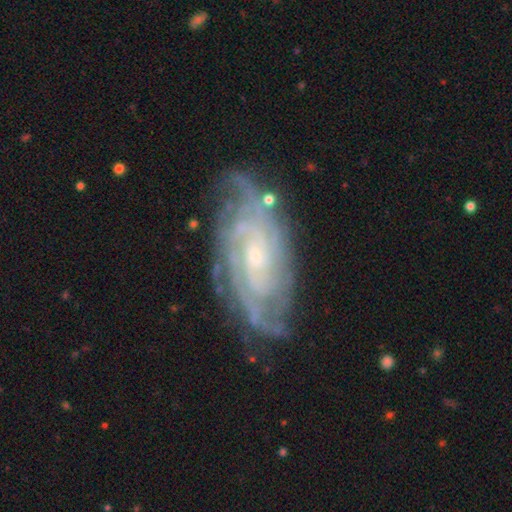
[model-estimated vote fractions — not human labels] This is clearly a featured or disk galaxy (87%). It is clearly not viewed edge-on (94%). Bar: likely no (62%). Spiral arm pattern: clearly yes (97%). Spiral arm count: marginally can't tell (35%). Spiral winding: likely tight (74%). Central bulge: likely small (73%). Merging: likely none (76%).